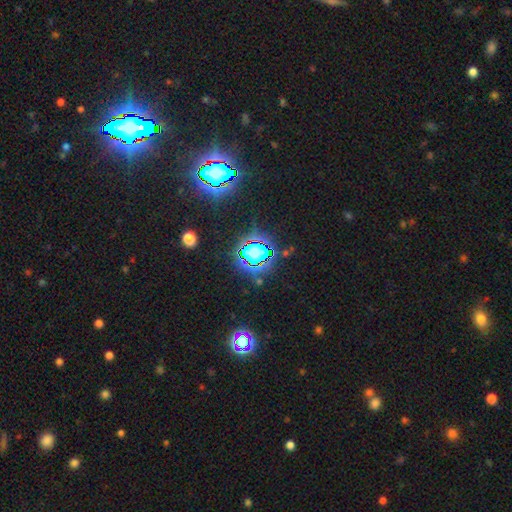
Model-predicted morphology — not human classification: Smooth or featured? star or artifact (82%)